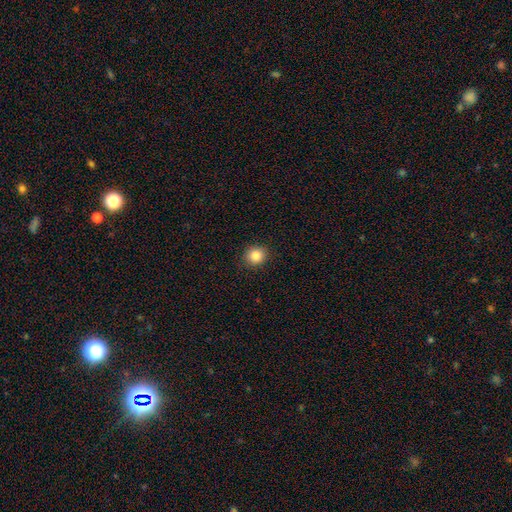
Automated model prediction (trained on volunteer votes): Q: Smooth or featured?
A: smooth (85%); runner-up: star or artifact (11%)
Q: How rounded?
A: round (88%); runner-up: in between (11%)
Q: Merging?
A: none (92%); runner-up: minor disturbance (6%)